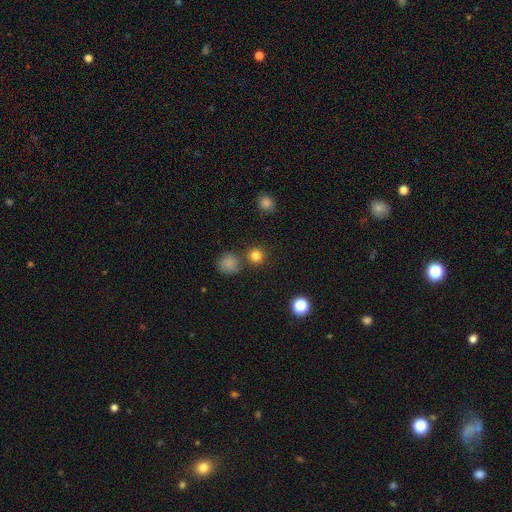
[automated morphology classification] Smooth or featured? smooth (81%)
How rounded? round (92%)
Merging? none (78%)